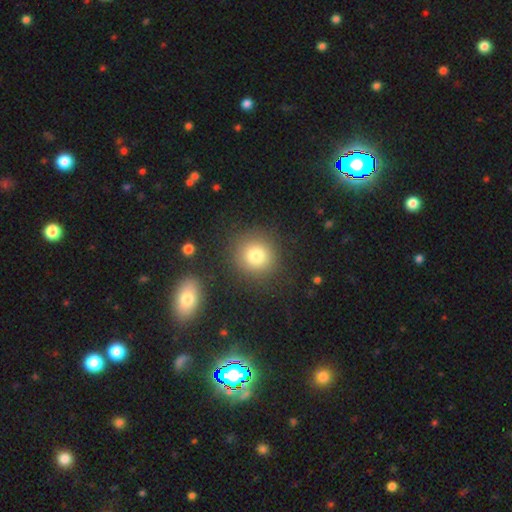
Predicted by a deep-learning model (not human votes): Smooth or featured?
  - smooth: 80% *
  - star or artifact: 12%
  - featured or disk: 9%
How rounded?
  - round: 89% *
  - in between: 10%
  - cigar-shaped: 1%
Merging?
  - none: 85% *
  - minor disturbance: 8%
  - major disturbance: 4%
  - merger: 3%